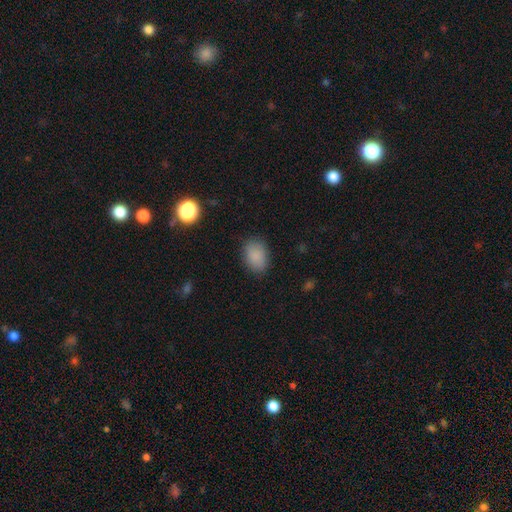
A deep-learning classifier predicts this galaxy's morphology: smooth_or_featured: smooth (p=0.87) [alt: star or artifact p=0.09]
how_rounded: in between (p=0.79) [alt: round p=0.19]
merging: none (p=0.83) [alt: minor disturbance p=0.12]